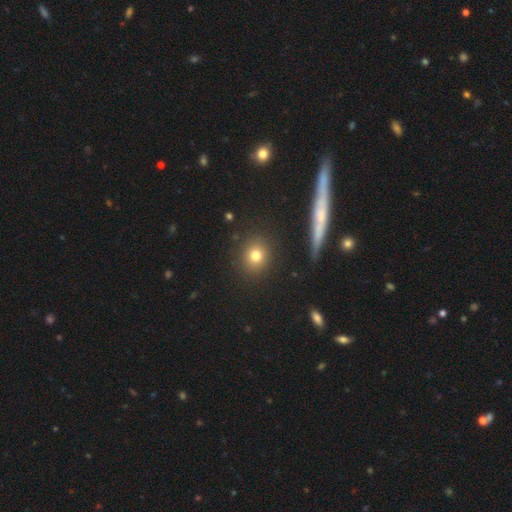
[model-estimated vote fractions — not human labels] smooth 78%, star or artifact 13%, featured or disk 9%. Down the decision tree: how rounded — round (84%); merging — none (88%).